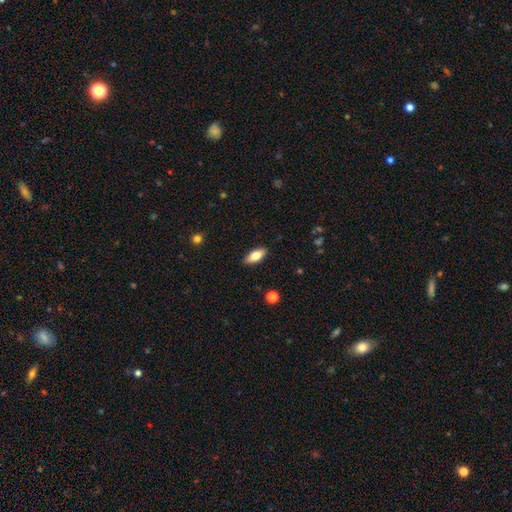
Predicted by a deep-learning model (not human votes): Smooth or featured?
  - smooth: 72% *
  - featured or disk: 21%
  - star or artifact: 7%
How rounded?
  - in between: 82% *
  - cigar-shaped: 16%
  - round: 3%
Merging?
  - none: 89% *
  - minor disturbance: 9%
  - major disturbance: 2%
  - merger: 1%